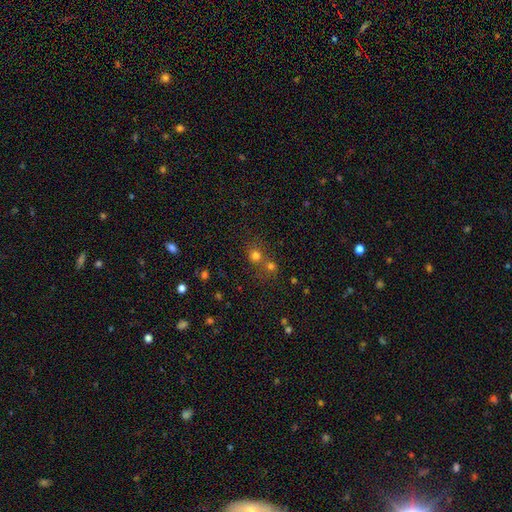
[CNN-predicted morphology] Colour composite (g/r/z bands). It shows a smooth galaxy with no disk features (72%) that is round (86%). Merging: none (49%).